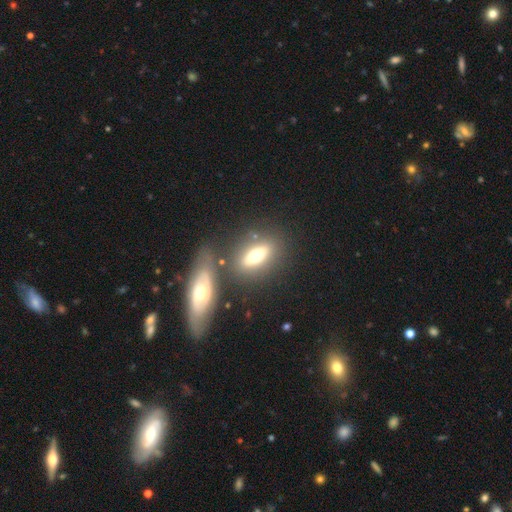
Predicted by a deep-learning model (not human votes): smooth 57%, featured or disk 34%, star or artifact 9%. Down the decision tree: how rounded — in between (70%); merging — none (68%).